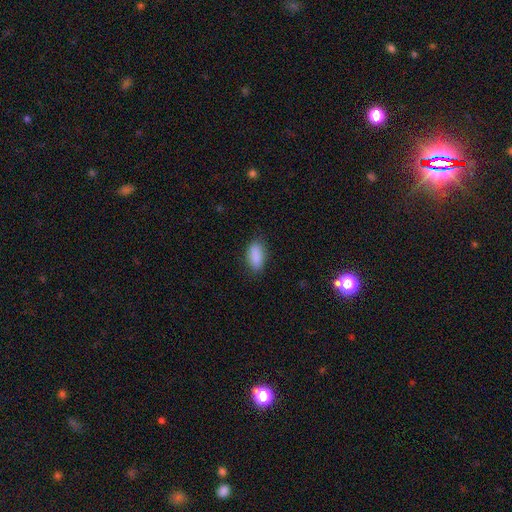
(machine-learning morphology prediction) Smooth or featured? Predicted: smooth (p=0.89). How rounded? Predicted: in between (p=0.91). Merging? Predicted: none (p=0.82).